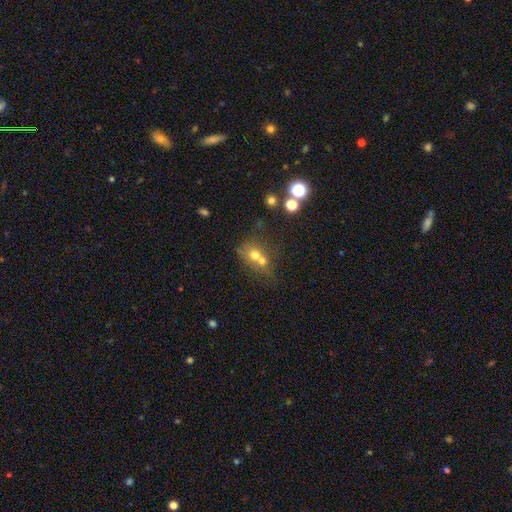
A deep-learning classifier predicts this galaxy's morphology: Overall: smooth (61%; featured or disk 21%). How rounded: round (70%). Merging: merger (56%; none 30%).